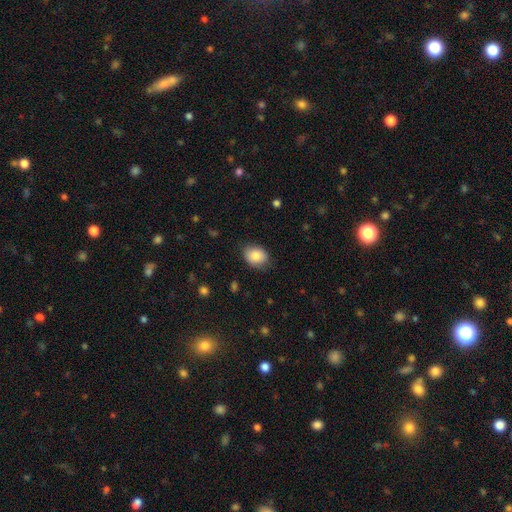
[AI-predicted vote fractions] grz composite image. It shows a smooth galaxy with no disk features (83%) that is in between round and cigar-shaped (64%). Merging: none (80%).